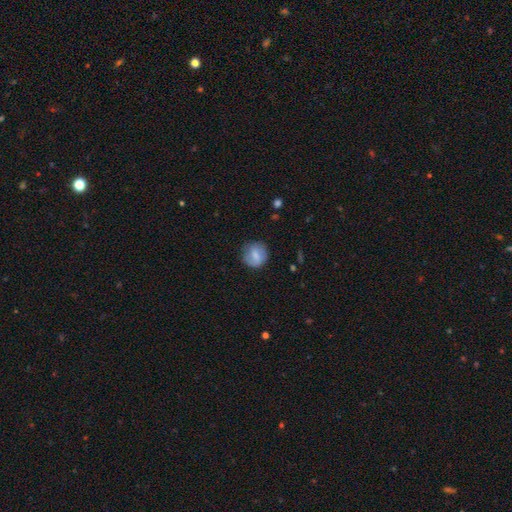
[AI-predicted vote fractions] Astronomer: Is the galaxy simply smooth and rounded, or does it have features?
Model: smooth — 69%.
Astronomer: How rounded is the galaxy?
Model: round — 85%.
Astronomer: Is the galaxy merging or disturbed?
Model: none — 77%.